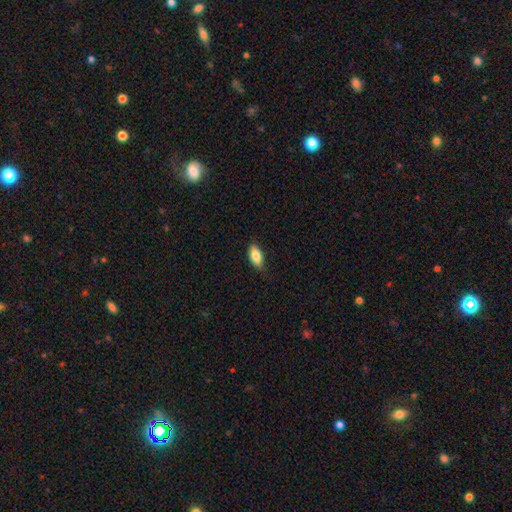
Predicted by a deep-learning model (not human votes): smooth_or_featured: smooth (p=0.83) [alt: featured or disk p=0.10]
how_rounded: in between (p=0.89) [alt: cigar-shaped p=0.08]
merging: none (p=0.79) [alt: minor disturbance p=0.18]